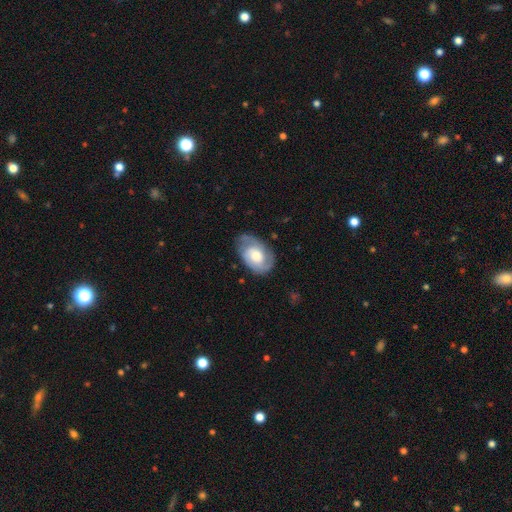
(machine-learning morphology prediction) This appears to be a featured or disk galaxy (65%) with no bar (68%), 2 (63%) tight (45%) spiral arms (86%) and a moderate central bulge (60%). Merging: none (66%).